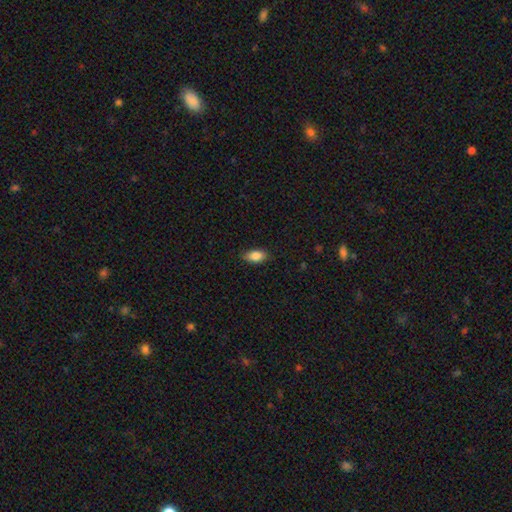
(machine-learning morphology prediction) Overall: smooth (84%). How rounded: in between (89%). Merging: none (85%).